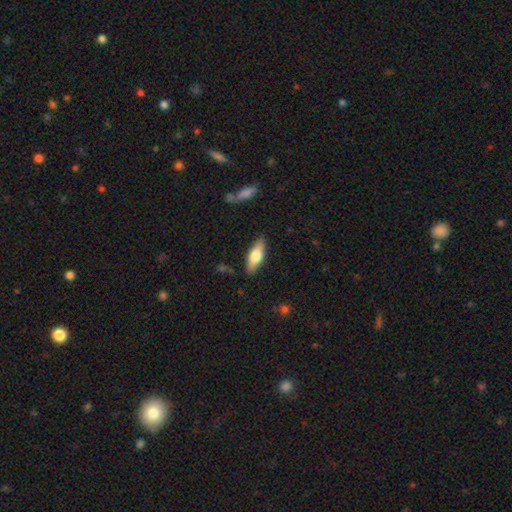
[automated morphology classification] Smooth or featured: smooth — 63% (featured or disk — 32%)
How rounded: in between — 61% (cigar-shaped — 36%)
Merging: none — 87% (minor disturbance — 10%)